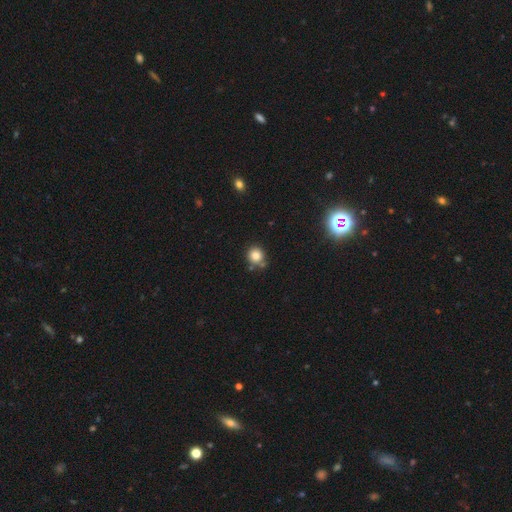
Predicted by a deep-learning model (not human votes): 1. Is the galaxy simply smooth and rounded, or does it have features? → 83% smooth, 12% star or artifact, 6% featured or disk.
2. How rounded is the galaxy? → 91% round, 8% in between, 1% cigar-shaped.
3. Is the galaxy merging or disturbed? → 73% none, 12% minor disturbance, 12% merger, 3% major disturbance.